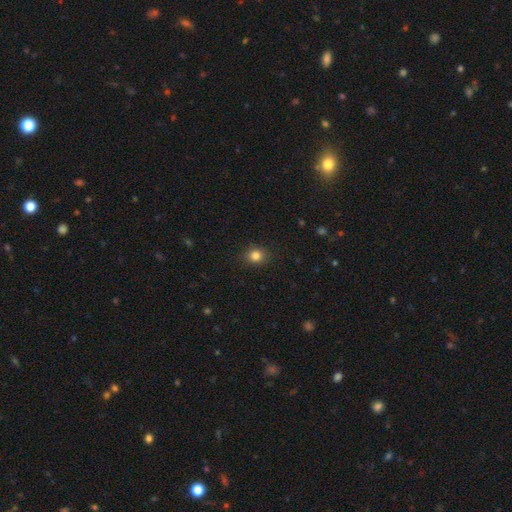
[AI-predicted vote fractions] A smooth galaxy with no disk features (83%) that is round (76%).

Vote fractions:
- Smooth or featured? smooth: 83% / star or artifact: 12% / featured or disk: 5%
- How rounded? round: 76% / in between: 23% / cigar-shaped: 1%
- Merging? none: 88% / minor disturbance: 8% / major disturbance: 2% / merger: 1%